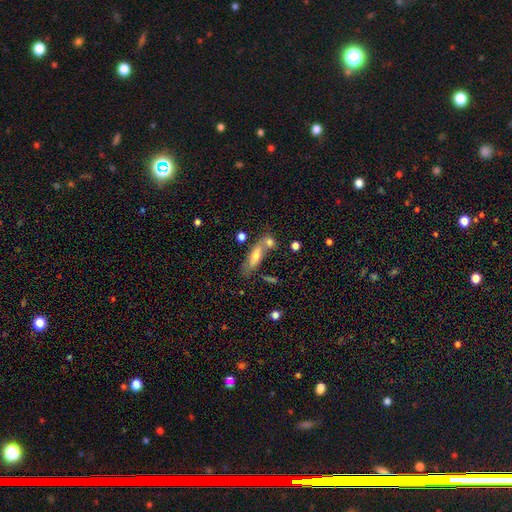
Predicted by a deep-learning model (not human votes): This is possibly a smooth galaxy (52%). How rounded: possibly cigar-shaped (53%). Merging: possibly none (54%).